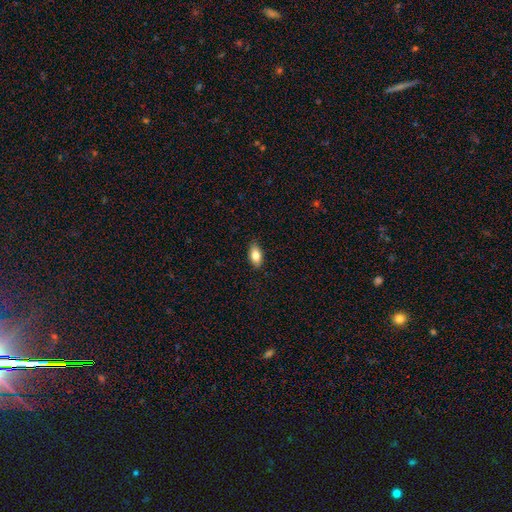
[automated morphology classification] smooth-or-featured: smooth: 80% | featured or disk: 12% | star or artifact: 7%
  how-rounded: in between: 90% | cigar-shaped: 5% | round: 5%
  merging: none: 87% | minor disturbance: 10% | major disturbance: 2% | merger: 1%